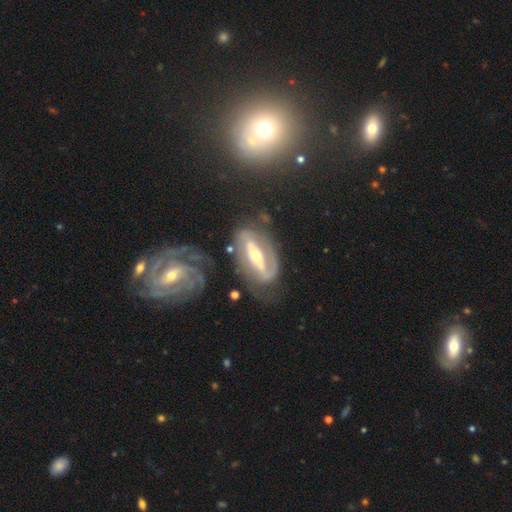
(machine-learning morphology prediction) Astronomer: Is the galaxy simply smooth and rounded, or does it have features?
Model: featured or disk — 82%.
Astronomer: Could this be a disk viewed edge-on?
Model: no — 87%.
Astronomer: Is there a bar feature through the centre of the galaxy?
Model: strong — 63%.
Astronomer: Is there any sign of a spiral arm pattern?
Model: yes — 88%.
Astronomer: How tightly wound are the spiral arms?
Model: tight — 40% (runner-up: medium, 39%).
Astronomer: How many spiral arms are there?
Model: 2 — 70%.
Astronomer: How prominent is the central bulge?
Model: moderate — 57% (runner-up: small, 36%).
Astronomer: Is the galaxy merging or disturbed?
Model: none — 65%.